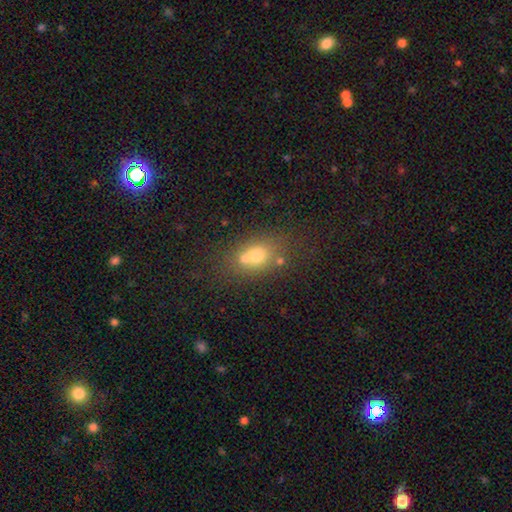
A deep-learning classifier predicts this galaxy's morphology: Q: Smooth or featured?
A: smooth (66%); runner-up: featured or disk (20%)
Q: How rounded?
A: in between (51%); runner-up: round (47%)
Q: Merging?
A: none (45%); runner-up: merger (41%)